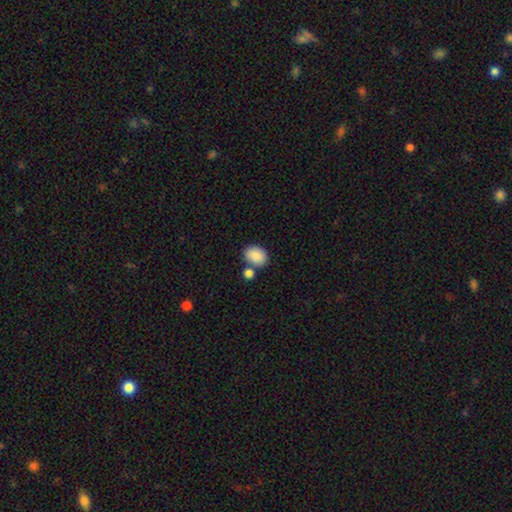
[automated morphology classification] smooth-or-featured: smooth: 88% | star or artifact: 7% | featured or disk: 5%
  how-rounded: in between: 67% | round: 32% | cigar-shaped: 1%
  merging: none: 64% | merger: 20% | minor disturbance: 12% | major disturbance: 4%